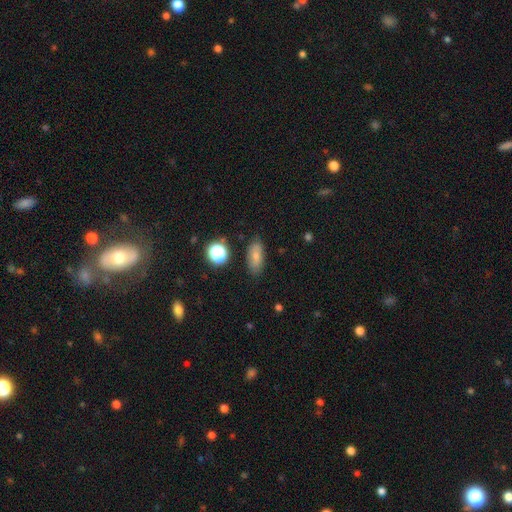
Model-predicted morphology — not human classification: smooth 74%, featured or disk 15%, star or artifact 11%. Down the decision tree: how rounded — in between (84%); merging — none (81%).